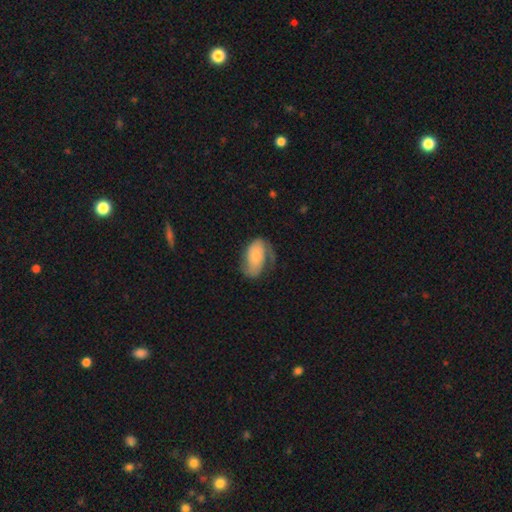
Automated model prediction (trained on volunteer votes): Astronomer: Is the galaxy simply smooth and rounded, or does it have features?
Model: featured or disk — 54% (runner-up: smooth, 39%).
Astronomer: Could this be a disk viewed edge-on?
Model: no — 96%.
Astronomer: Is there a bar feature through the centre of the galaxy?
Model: no — 74%.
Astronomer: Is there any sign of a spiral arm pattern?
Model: yes — 84%.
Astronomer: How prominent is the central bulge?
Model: small — 56%.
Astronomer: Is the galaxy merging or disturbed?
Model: none — 48% (runner-up: minor disturbance, 27%).